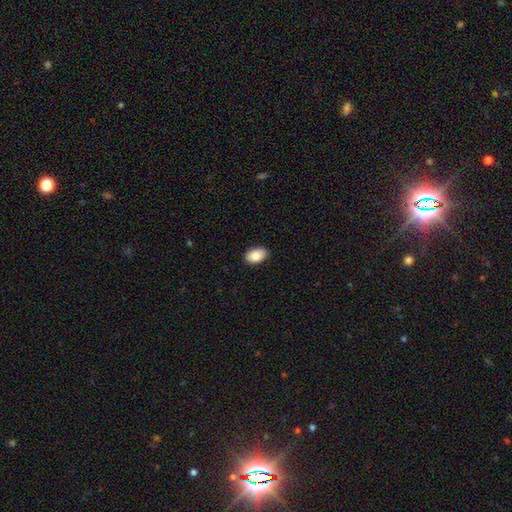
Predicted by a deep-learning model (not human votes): smooth 87%, star or artifact 7%, featured or disk 6%. Down the decision tree: how rounded — in between (90%); merging — none (88%).